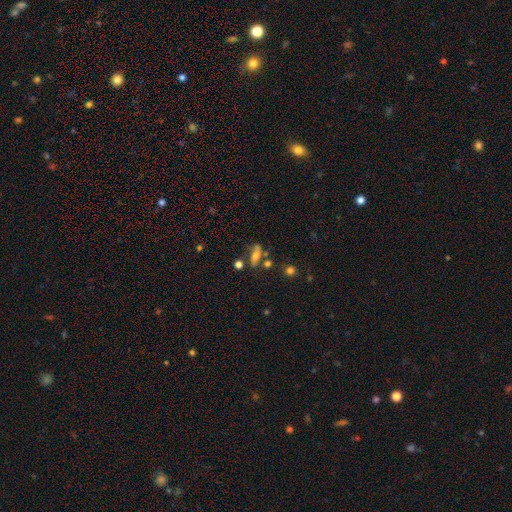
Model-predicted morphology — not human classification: The model was most divided on "smooth or featured": smooth: 48%, featured or disk: 39%, star or artifact: 12%. More confident: merging — none (57%).